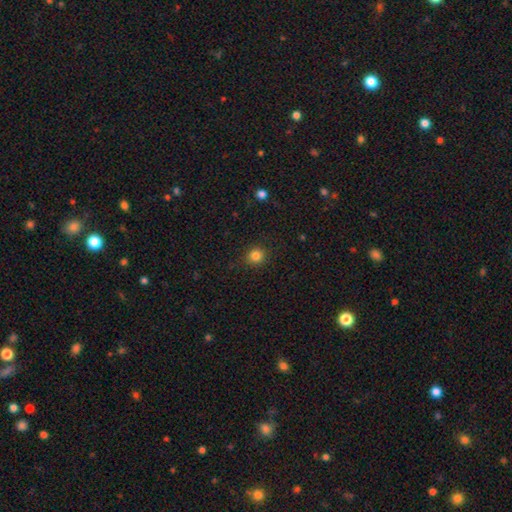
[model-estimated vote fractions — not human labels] Smooth or featured: smooth — 83% (star or artifact — 12%)
How rounded: round — 89% (in between — 10%)
Merging: none — 88% (minor disturbance — 9%)